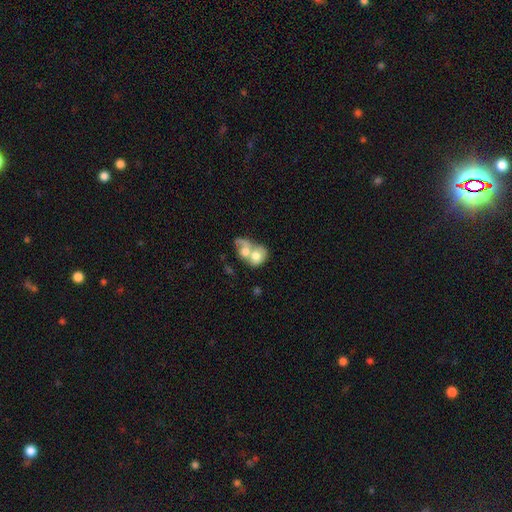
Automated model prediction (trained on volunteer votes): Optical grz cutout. It shows a smooth galaxy with no disk features (61%) that is in between round and cigar-shaped (53%). Merging: merger (77%).